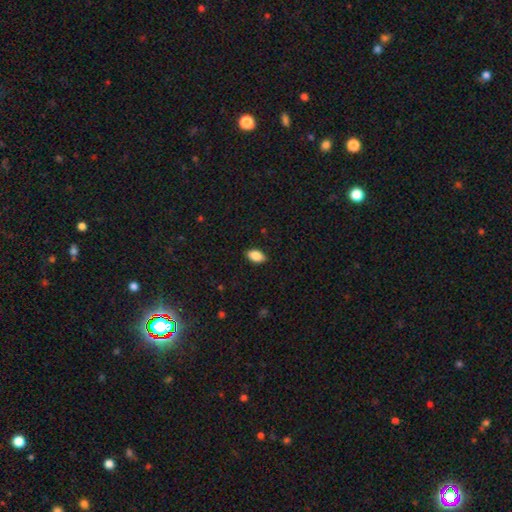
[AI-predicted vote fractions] smooth-or-featured: smooth: 84% | featured or disk: 8% | star or artifact: 8%
  how-rounded: in between: 91% | round: 6% | cigar-shaped: 3%
  merging: none: 88% | minor disturbance: 9% | major disturbance: 2% | merger: 1%